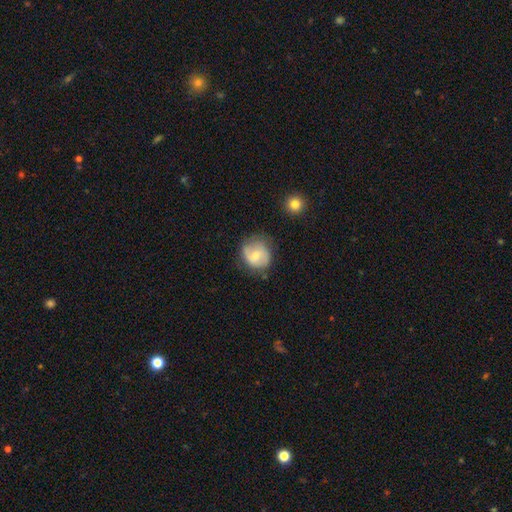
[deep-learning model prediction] smooth 51%, featured or disk 41%, star or artifact 8%. Down the decision tree: how rounded — round (82%); merging — none (64%).